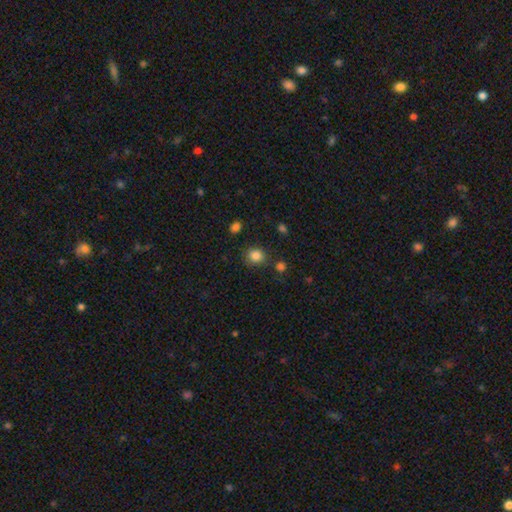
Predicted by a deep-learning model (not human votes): smooth-or-featured: smooth: 85% | star or artifact: 11% | featured or disk: 4%
  how-rounded: round: 74% | in between: 25% | cigar-shaped: 1%
  merging: none: 80% | minor disturbance: 11% | merger: 5% | major disturbance: 4%